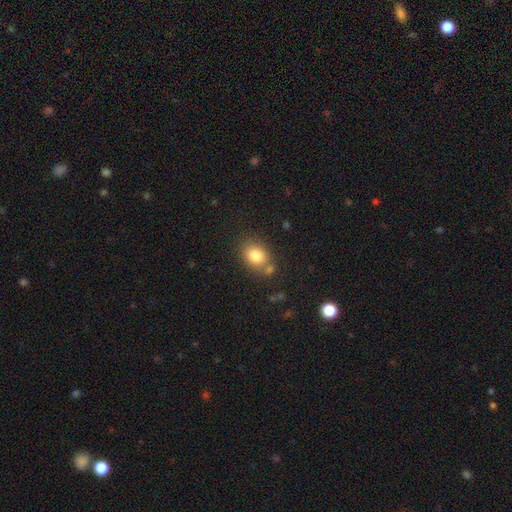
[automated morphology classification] A smooth galaxy with no disk features (81%) that is in between round and cigar-shaped (59%).

Vote fractions:
- Smooth or featured? smooth: 81% / star or artifact: 10% / featured or disk: 9%
- How rounded? in between: 59% / round: 40% / cigar-shaped: 1%
- Merging? none: 67% / merger: 15% / minor disturbance: 14% / major disturbance: 4%